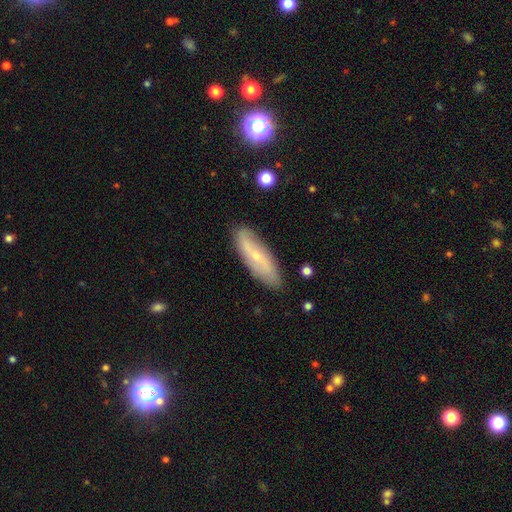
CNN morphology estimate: Overall: featured or disk (53%; smooth 40%). Edge-on disk: no (71%). Merging: none (84%).